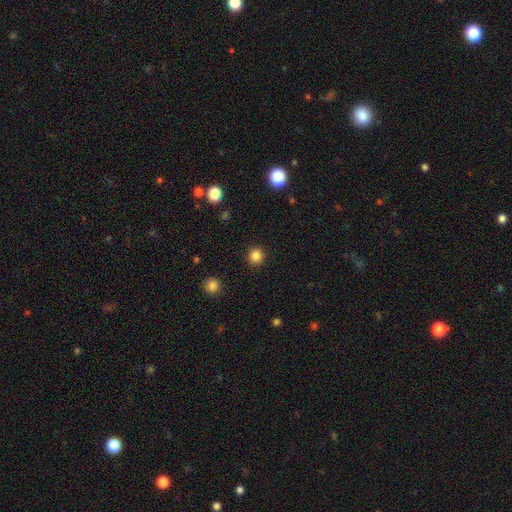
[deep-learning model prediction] smooth-or-featured: smooth: 84% | star or artifact: 12% | featured or disk: 4%
  how-rounded: round: 94% | in between: 5% | cigar-shaped: 1%
  merging: none: 92% | minor disturbance: 5% | major disturbance: 2% | merger: 1%